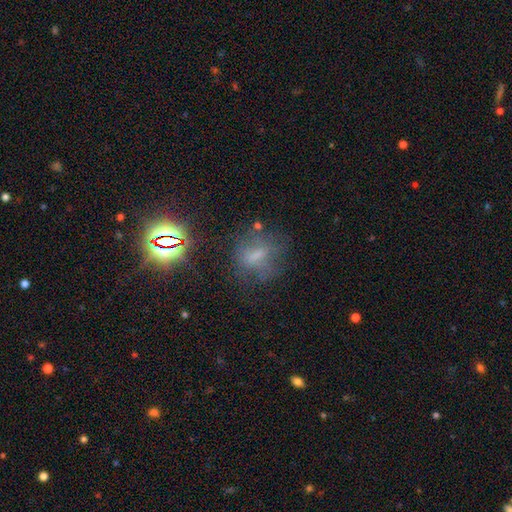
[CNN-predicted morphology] Smooth or featured? smooth (44%)
Merging? none (56%)